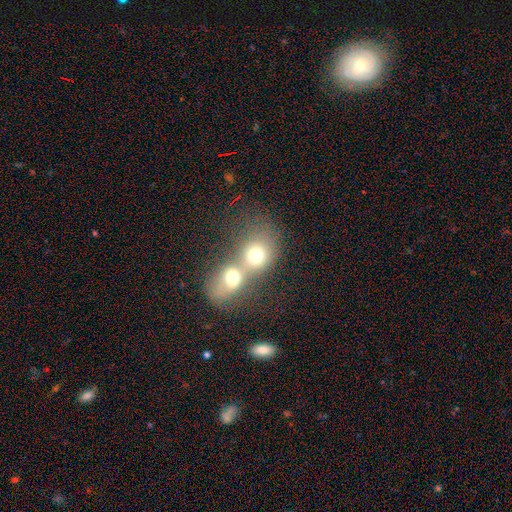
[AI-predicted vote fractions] Smooth or featured? smooth (67%)
How rounded? round (61%)
Merging? merger (75%)